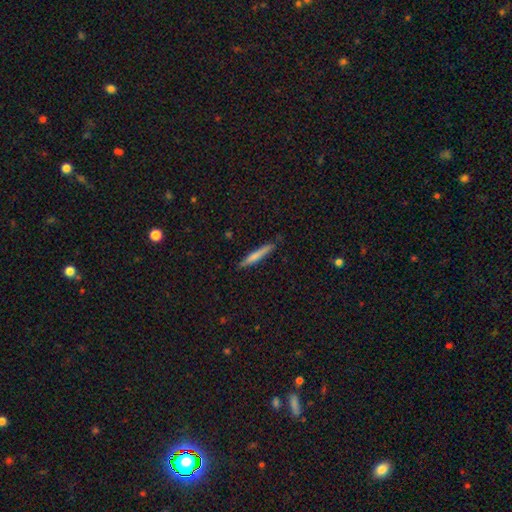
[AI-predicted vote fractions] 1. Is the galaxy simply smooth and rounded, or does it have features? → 71% smooth, 23% featured or disk, 6% star or artifact.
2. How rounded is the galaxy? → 95% cigar-shaped, 4% in between, 1% round.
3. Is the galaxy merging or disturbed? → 86% none, 11% minor disturbance, 2% major disturbance, 1% merger.